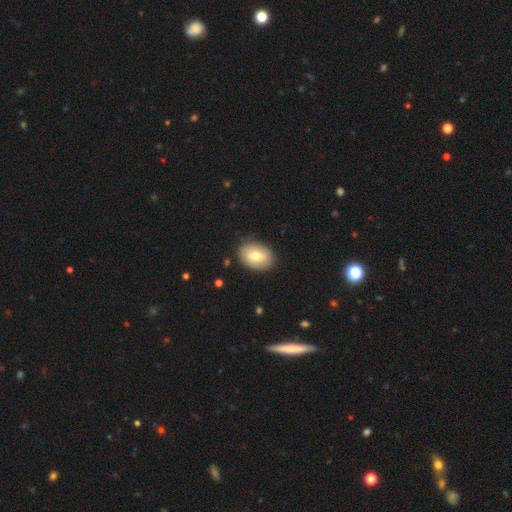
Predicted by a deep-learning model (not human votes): Q: Smooth or featured?
A: smooth (73%); runner-up: featured or disk (20%)
Q: How rounded?
A: in between (80%); runner-up: round (19%)
Q: Merging?
A: none (86%); runner-up: minor disturbance (10%)